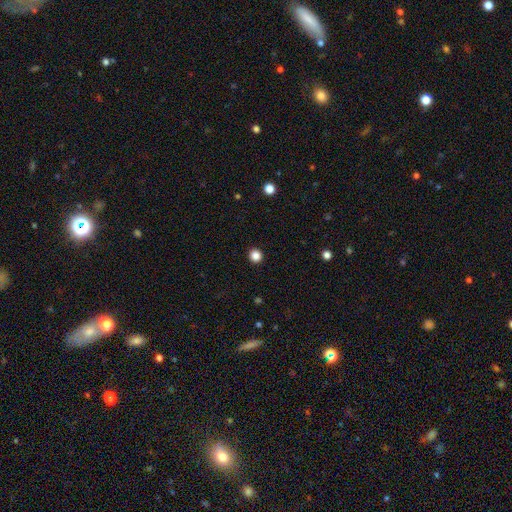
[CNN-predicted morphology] Overall: smooth (86%). How rounded: round (93%). Merging: none (94%).